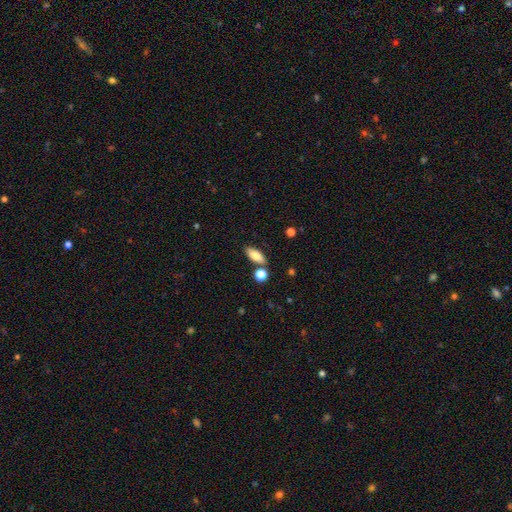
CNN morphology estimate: Overall: smooth (81%). How rounded: in between (82%). Merging: none (78%).